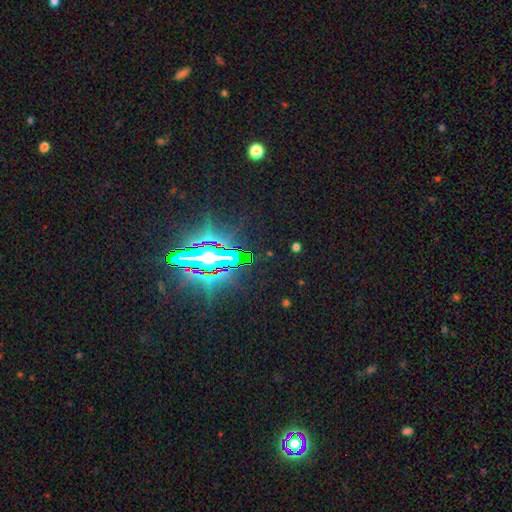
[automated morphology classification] This is clearly a star or artifact rather than a galaxy (84%).